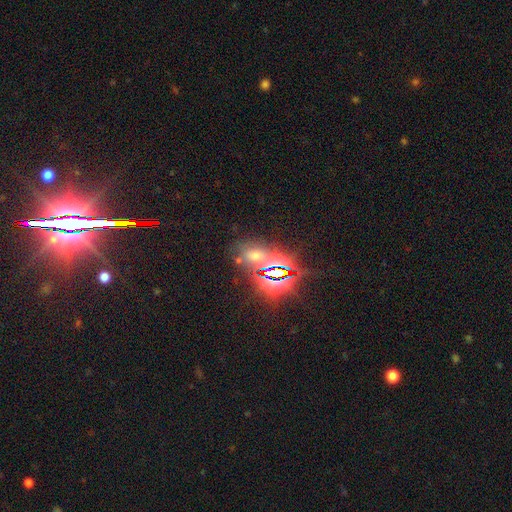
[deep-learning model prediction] smooth_or_featured: star or artifact (p=0.65) [alt: smooth p=0.24]